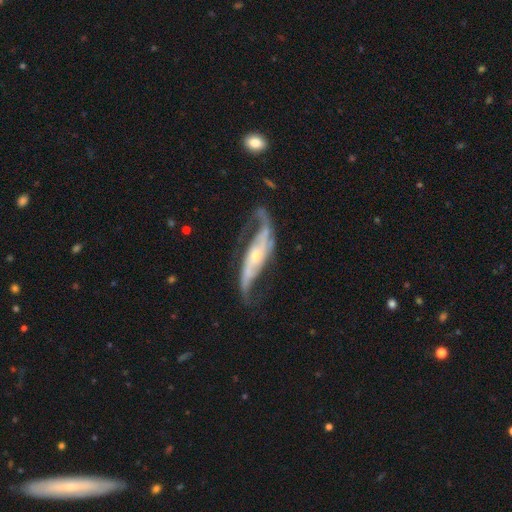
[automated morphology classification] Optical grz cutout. It shows a featured or disk galaxy (88%) with no bar (48%), 2 (88%) loose (60%) spiral arms (95%) and a small central bulge (64%). Merging: none (58%).